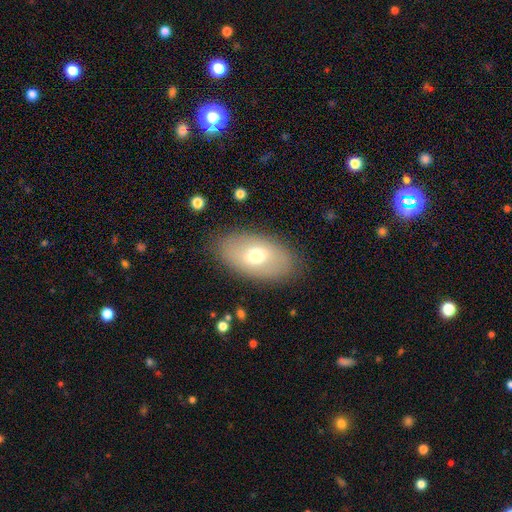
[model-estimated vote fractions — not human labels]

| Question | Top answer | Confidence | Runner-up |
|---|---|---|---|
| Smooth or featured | smooth | 63% | featured or disk (29%) |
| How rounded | in between | 92% | round (6%) |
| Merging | none | 83% | minor disturbance (12%) |